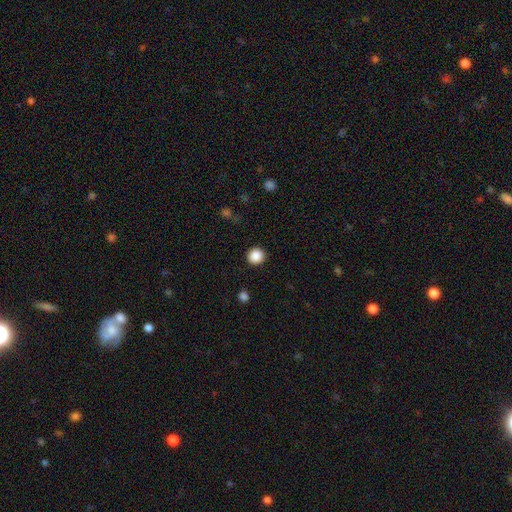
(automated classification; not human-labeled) This is clearly a smooth galaxy (88%). How rounded: clearly round (92%). Merging: clearly none (91%).